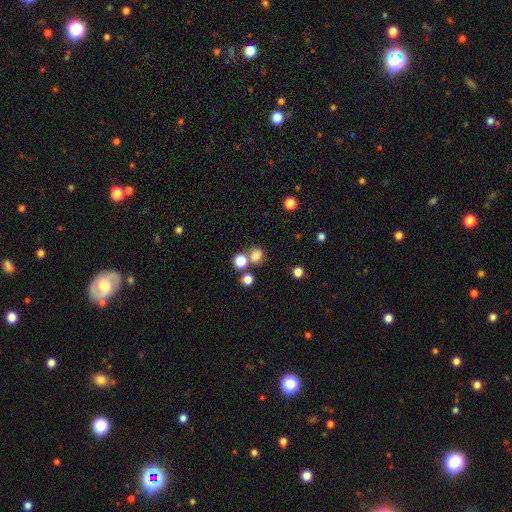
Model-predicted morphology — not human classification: A smooth galaxy with no disk features (78%) that is round (71%).

Vote fractions:
- Smooth or featured? smooth: 78% / star or artifact: 15% / featured or disk: 7%
- How rounded? round: 71% / in between: 28% / cigar-shaped: 1%
- Merging? none: 60% / merger: 26% / minor disturbance: 9% / major disturbance: 4%